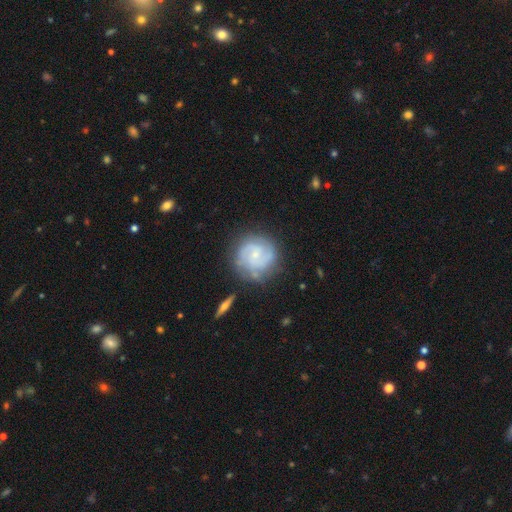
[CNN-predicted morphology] type=featured or disk (75%); edge-on=no (98%); bar=no (61%); spiral arms=yes (94%); winding=medium (45%); arm count=2 (56%); bulge=small (71%); merging=none (73%).